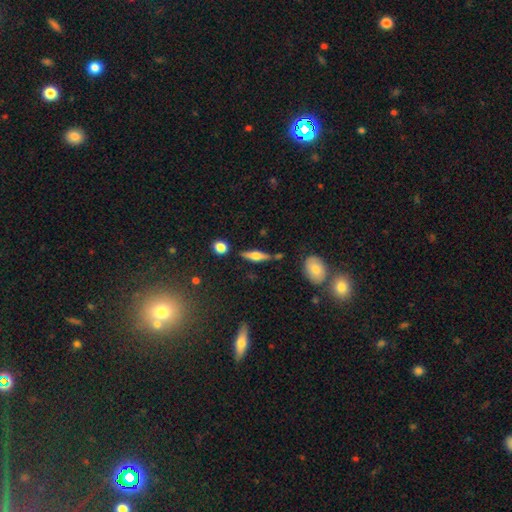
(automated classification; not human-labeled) Overall: featured or disk (61%; smooth 32%). Edge-on disk: yes (96%). Edge-on bulge: rounded (89%). Merging: none (80%).